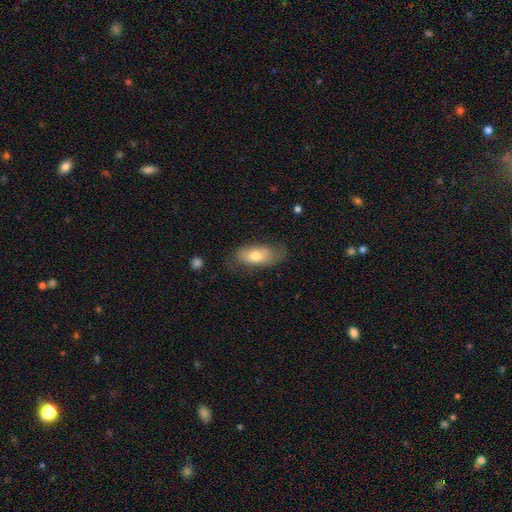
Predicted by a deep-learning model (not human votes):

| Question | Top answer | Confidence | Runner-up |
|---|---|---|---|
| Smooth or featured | smooth | 67% | featured or disk (26%) |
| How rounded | in between | 85% | cigar-shaped (12%) |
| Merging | none | 63% | minor disturbance (25%) |